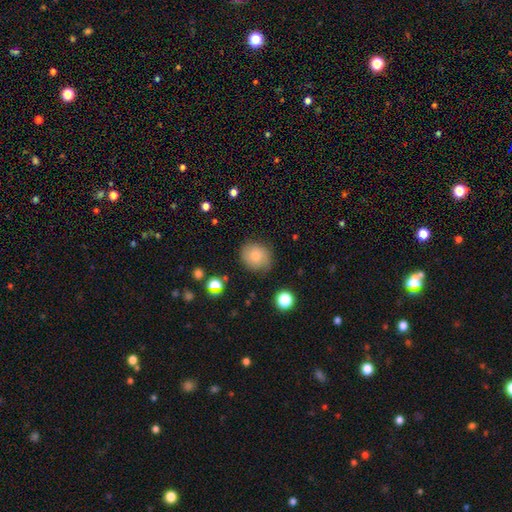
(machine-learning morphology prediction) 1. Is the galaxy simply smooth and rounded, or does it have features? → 79% smooth, 12% featured or disk, 10% star or artifact.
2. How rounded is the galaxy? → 75% round, 24% in between, 1% cigar-shaped.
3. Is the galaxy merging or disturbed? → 76% none, 18% minor disturbance, 4% major disturbance, 2% merger.